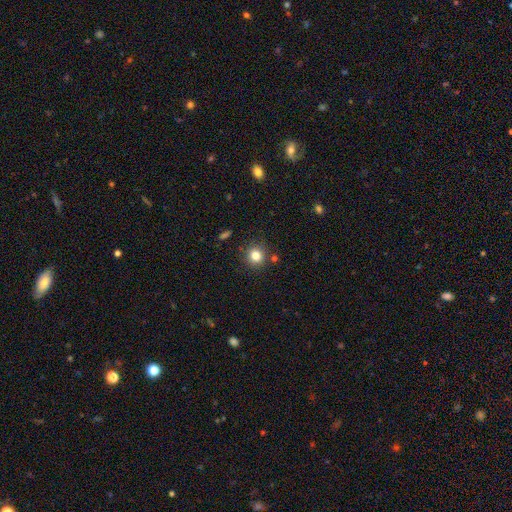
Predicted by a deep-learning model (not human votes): Smooth or featured: smooth — 81% (star or artifact — 12%)
How rounded: round — 90% (in between — 9%)
Merging: none — 86% (minor disturbance — 8%)